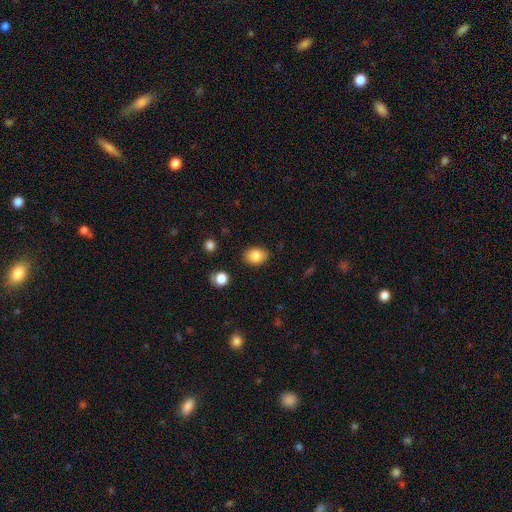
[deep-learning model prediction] smooth-or-featured: smooth: 84% | star or artifact: 9% | featured or disk: 7%
  how-rounded: in between: 68% | round: 31% | cigar-shaped: 1%
  merging: none: 86% | minor disturbance: 10% | major disturbance: 3% | merger: 2%